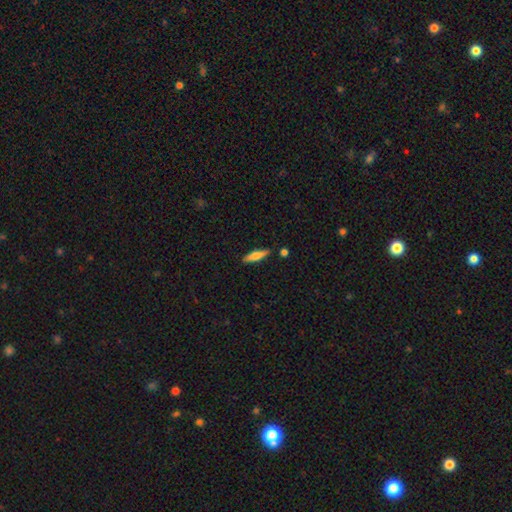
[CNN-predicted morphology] smooth 57%, featured or disk 37%, star or artifact 6%. Down the decision tree: how rounded — cigar-shaped (68%); merging — none (85%).